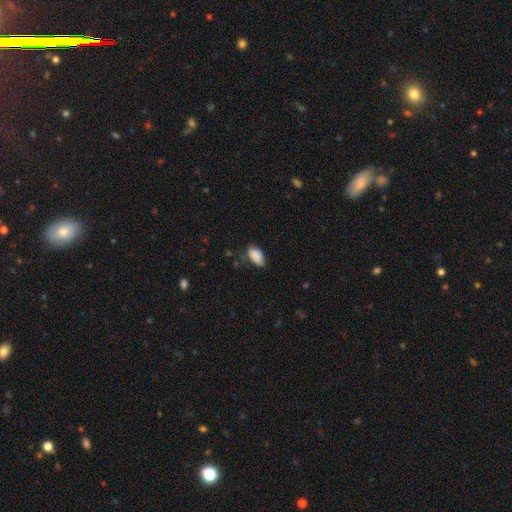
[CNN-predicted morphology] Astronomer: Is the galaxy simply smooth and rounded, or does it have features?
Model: smooth — 87%.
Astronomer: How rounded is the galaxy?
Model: in between — 93%.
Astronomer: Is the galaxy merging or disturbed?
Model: none — 60%.